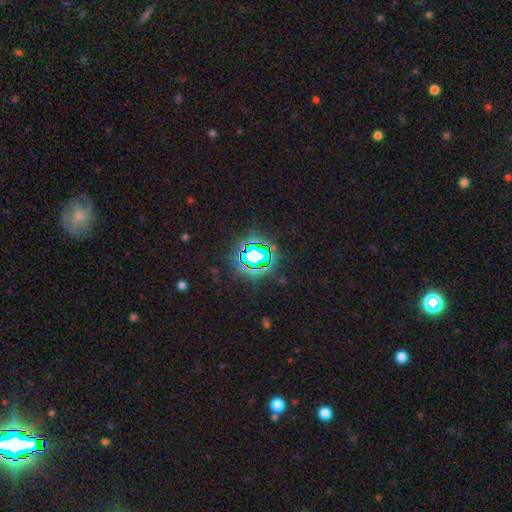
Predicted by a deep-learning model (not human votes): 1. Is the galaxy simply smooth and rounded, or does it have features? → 74% star or artifact, 15% smooth, 11% featured or disk.